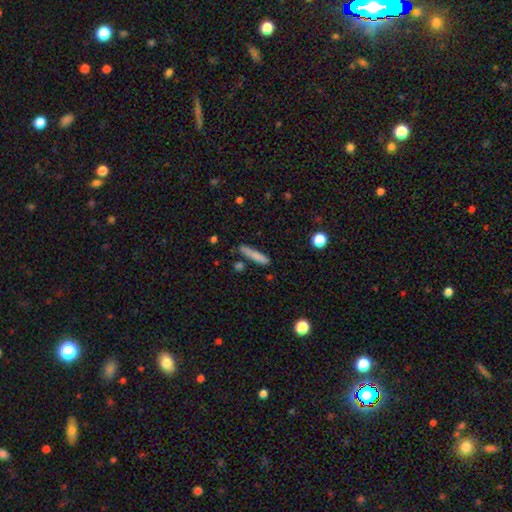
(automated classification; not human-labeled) smooth_or_featured: smooth (p=0.79) [alt: featured or disk p=0.14]
how_rounded: cigar-shaped (p=0.90) [alt: in between p=0.08]
merging: none (p=0.76) [alt: minor disturbance p=0.15]